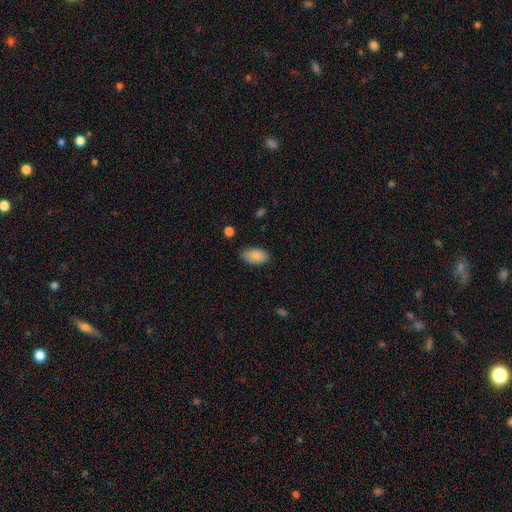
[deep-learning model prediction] smooth-or-featured: smooth: 87% | star or artifact: 7% | featured or disk: 6%
  how-rounded: in between: 94% | round: 5% | cigar-shaped: 2%
  merging: none: 84% | minor disturbance: 12% | major disturbance: 2% | merger: 1%